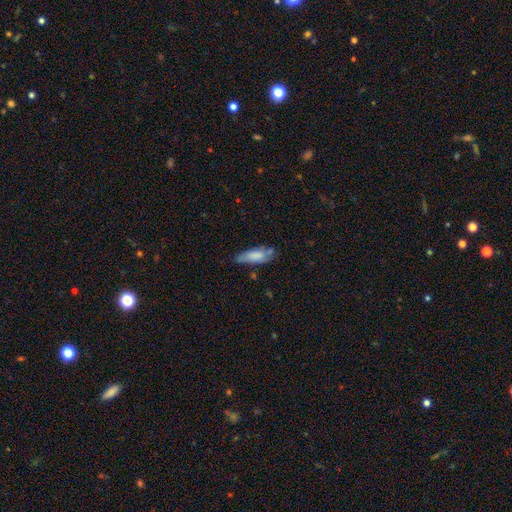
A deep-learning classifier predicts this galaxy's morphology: Overall: smooth (77%). How rounded: in between (58%; cigar-shaped 40%). Merging: none (52%; minor disturbance 31%).